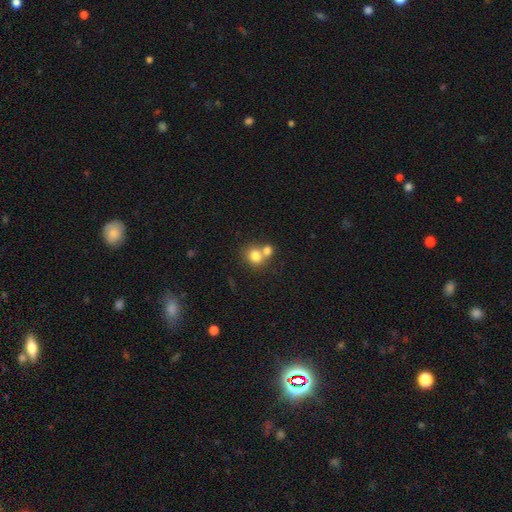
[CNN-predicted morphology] smooth-or-featured: smooth: 78% | featured or disk: 11% | star or artifact: 10%
  how-rounded: round: 72% | in between: 27% | cigar-shaped: 1%
  merging: merger: 50% | none: 40% | minor disturbance: 7% | major disturbance: 3%